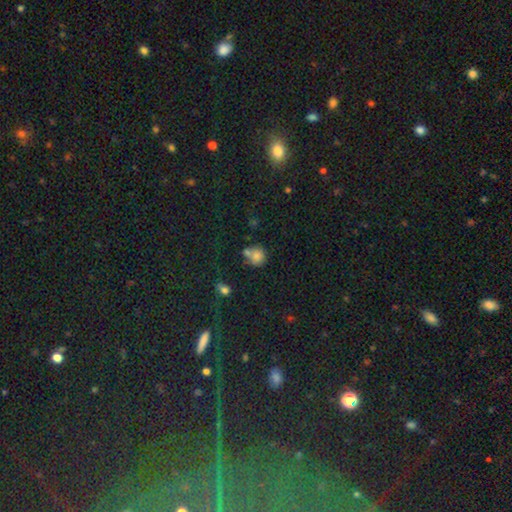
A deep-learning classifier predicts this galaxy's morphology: Overall: smooth (78%). How rounded: round (84%). Merging: none (51%; merger 30%).